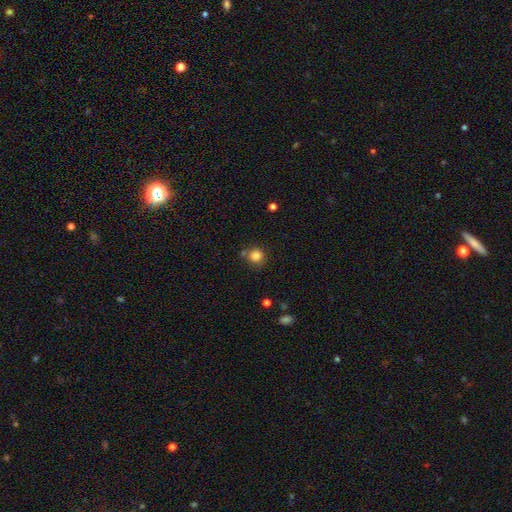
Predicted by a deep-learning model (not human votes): A smooth galaxy with no disk features (84%) that is round (90%).

Vote fractions:
- Smooth or featured? smooth: 84% / star or artifact: 12% / featured or disk: 5%
- How rounded? round: 90% / in between: 9% / cigar-shaped: 1%
- Merging? none: 76% / minor disturbance: 11% / merger: 9% / major disturbance: 4%